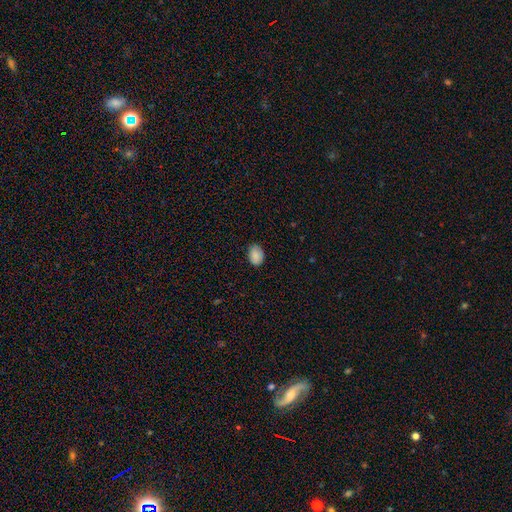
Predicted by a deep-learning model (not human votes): This is clearly a smooth galaxy (86%). How rounded: likely in between (78%). Merging: likely none (80%).